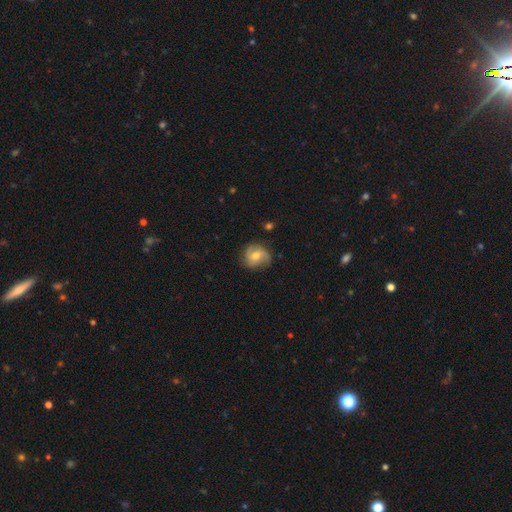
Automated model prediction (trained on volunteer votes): Smooth or featured? featured or disk (49%)
Merging? none (73%)